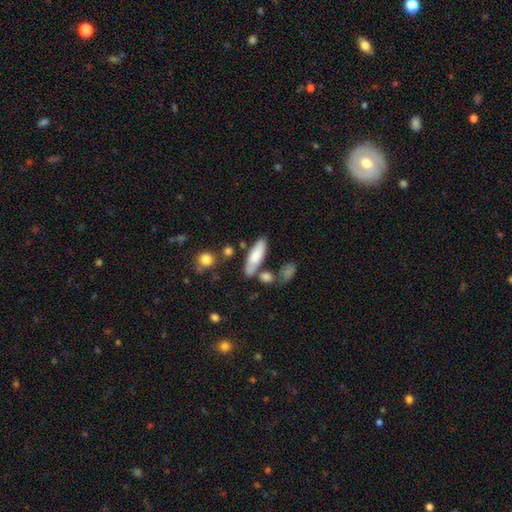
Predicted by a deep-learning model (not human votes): Smooth or featured: smooth — 74% (featured or disk — 20%)
How rounded: in between — 57% (cigar-shaped — 41%)
Merging: none — 69% (minor disturbance — 16%)